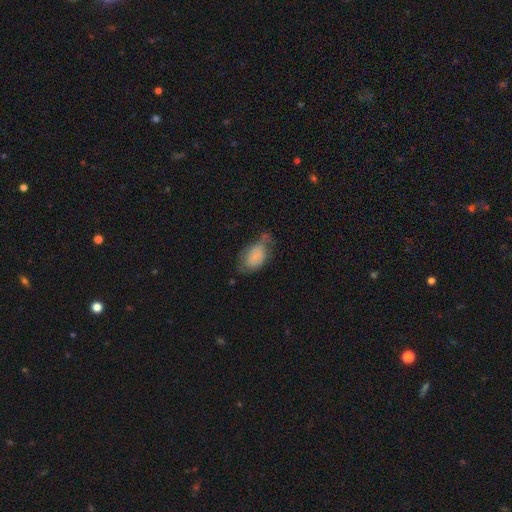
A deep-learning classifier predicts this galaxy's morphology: Overall: smooth (63%; featured or disk 29%). How rounded: in between (89%). Merging: minor disturbance (36%; none 29%).